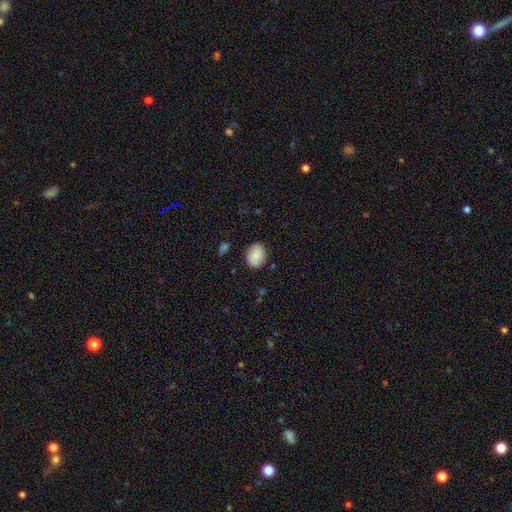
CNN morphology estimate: smooth-or-featured: smooth: 83% | featured or disk: 10% | star or artifact: 7%
  how-rounded: in between: 57% | round: 42% | cigar-shaped: 1%
  merging: none: 82% | minor disturbance: 13% | major disturbance: 3% | merger: 2%